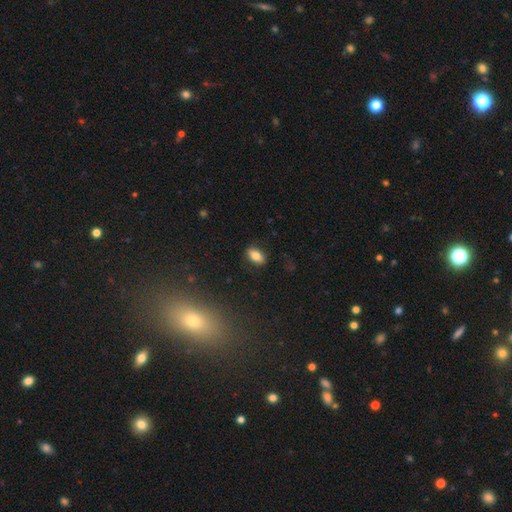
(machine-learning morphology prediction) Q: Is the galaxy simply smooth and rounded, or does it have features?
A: smooth — 80%.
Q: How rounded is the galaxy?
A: in between — 89%.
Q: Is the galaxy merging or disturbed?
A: none — 86%.